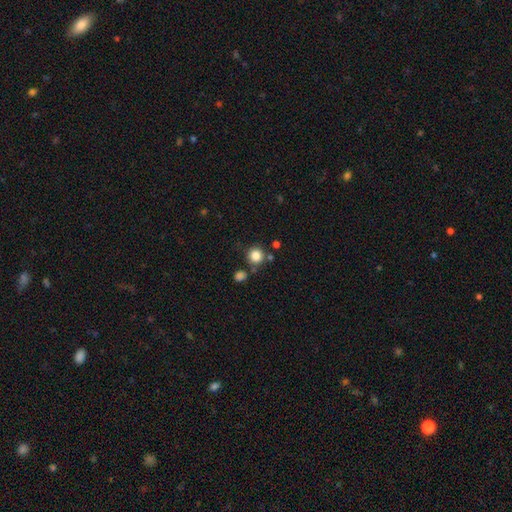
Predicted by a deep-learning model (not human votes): Q: Smooth or featured?
A: smooth (84%); runner-up: star or artifact (11%)
Q: How rounded?
A: round (92%); runner-up: in between (7%)
Q: Merging?
A: none (78%); runner-up: minor disturbance (10%)